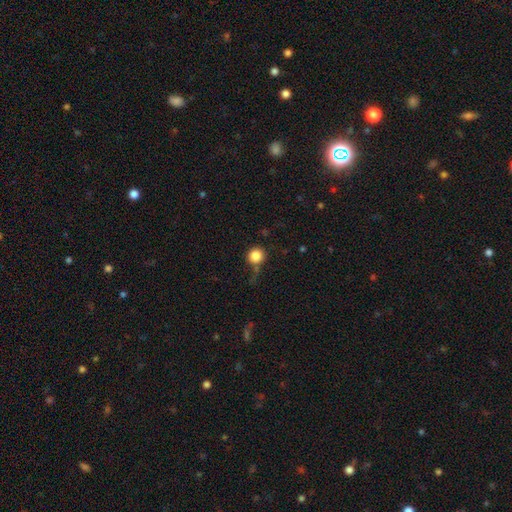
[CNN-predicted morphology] Overall: smooth (85%). How rounded: round (93%). Merging: none (72%).